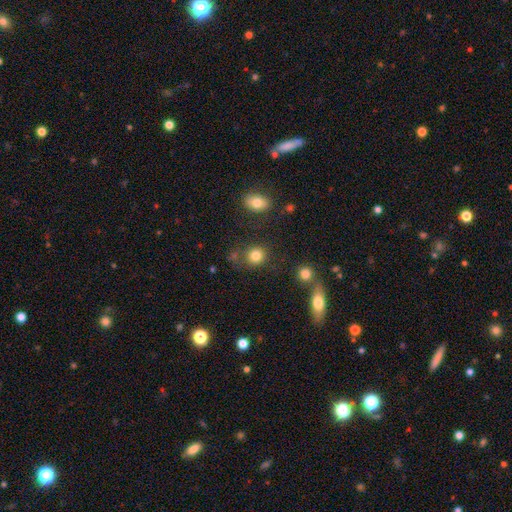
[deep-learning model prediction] A smooth galaxy with no disk features (82%) that is round (81%). Merging: none (76%).